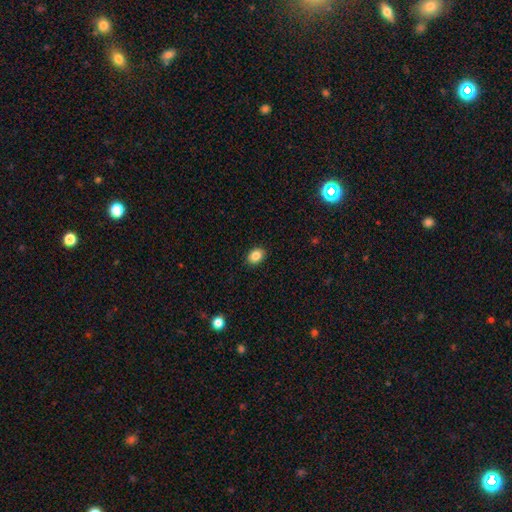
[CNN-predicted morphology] smooth-or-featured: smooth: 87% | star or artifact: 9% | featured or disk: 5%
  how-rounded: in between: 70% | round: 29% | cigar-shaped: 1%
  merging: none: 90% | minor disturbance: 7% | major disturbance: 2% | merger: 1%